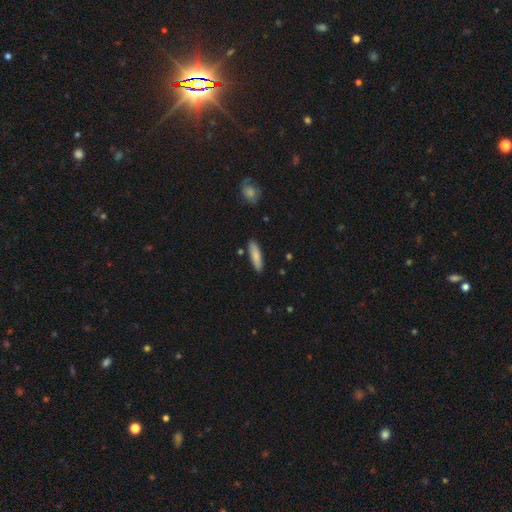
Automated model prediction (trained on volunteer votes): Smooth or featured? smooth (81%)
How rounded? cigar-shaped (70%)
Merging? none (86%)